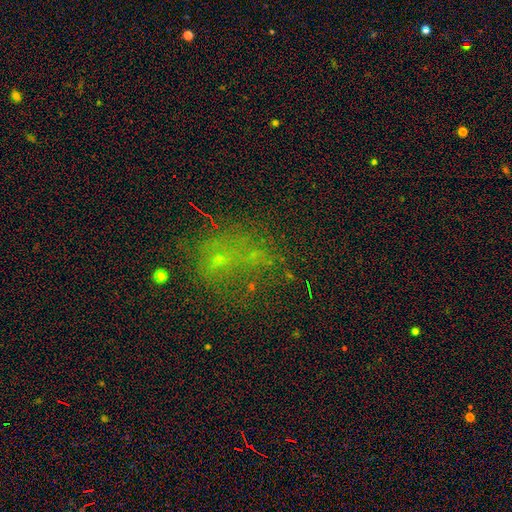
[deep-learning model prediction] Smooth or featured: star or artifact — 40% (smooth — 32%)